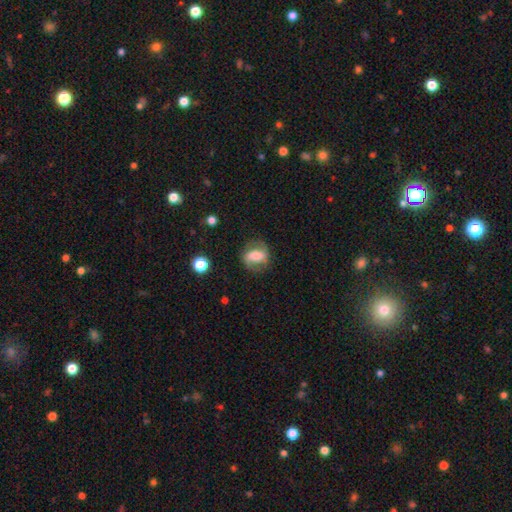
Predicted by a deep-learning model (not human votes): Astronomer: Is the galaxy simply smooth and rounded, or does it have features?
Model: featured or disk — 56% (runner-up: smooth, 36%).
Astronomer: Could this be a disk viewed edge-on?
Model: no — 95%.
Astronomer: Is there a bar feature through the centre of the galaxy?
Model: strong — 44% (runner-up: weak, 34%).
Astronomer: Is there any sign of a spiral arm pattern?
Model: yes — 79%.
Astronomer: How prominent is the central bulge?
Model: moderate — 46% (runner-up: small, 24%).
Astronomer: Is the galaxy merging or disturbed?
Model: none — 74%.